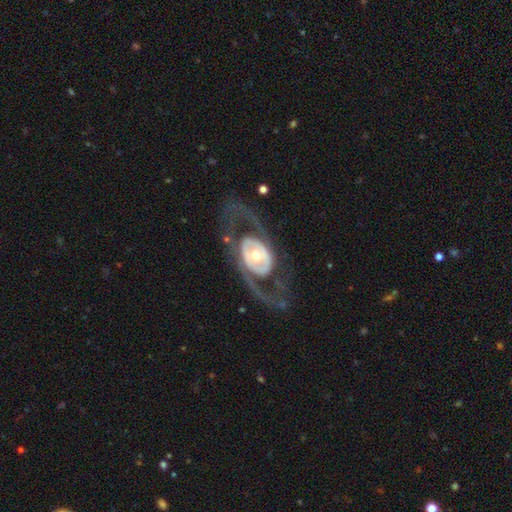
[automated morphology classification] A featured or disk galaxy (81%) with no bar (68%), spiral arms (59%) and a moderate central bulge (70%). Merging: none (63%).